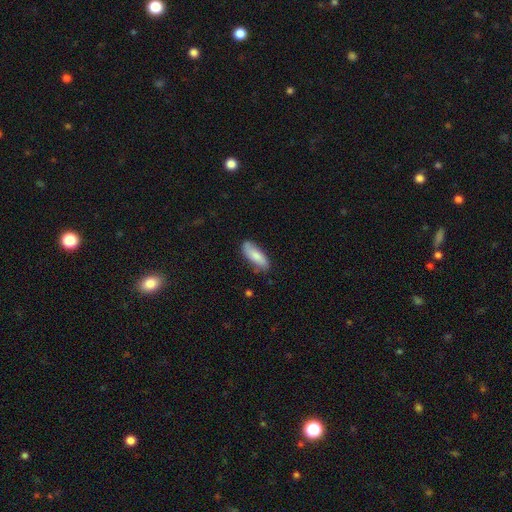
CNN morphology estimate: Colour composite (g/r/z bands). It shows a smooth galaxy with no disk features (79%) that is in between round and cigar-shaped (66%). Merging: none (77%).